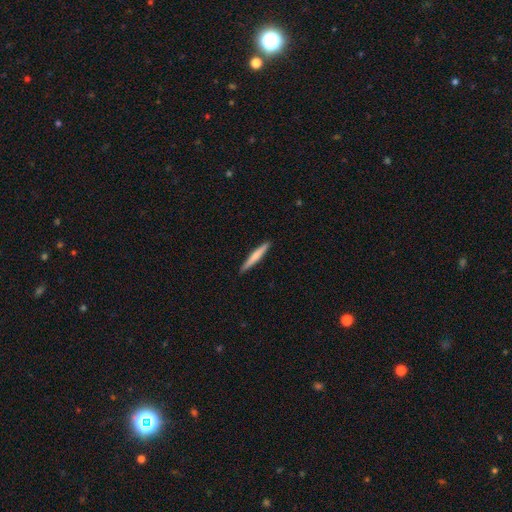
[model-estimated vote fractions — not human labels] smooth_or_featured: smooth (p=0.67) [alt: featured or disk p=0.28]
how_rounded: cigar-shaped (p=0.96) [alt: in between p=0.03]
merging: none (p=0.91) [alt: minor disturbance p=0.07]